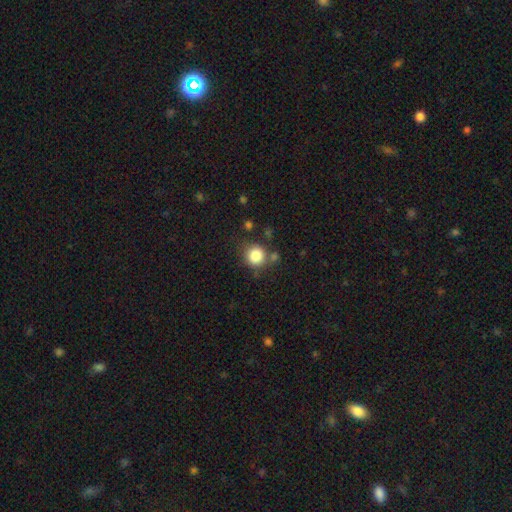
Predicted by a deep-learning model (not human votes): Smooth or featured? Predicted: smooth (p=0.85). How rounded? Predicted: round (p=0.89). Merging? Predicted: none (p=0.72).